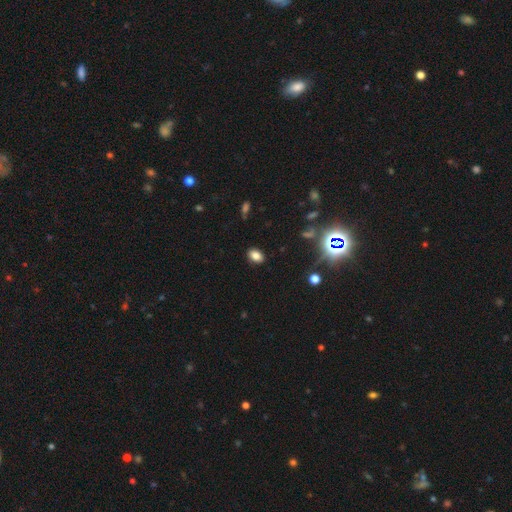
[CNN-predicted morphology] smooth-or-featured: smooth: 80% | star or artifact: 13% | featured or disk: 6%
  how-rounded: in between: 82% | round: 17% | cigar-shaped: 2%
  merging: none: 88% | minor disturbance: 9% | major disturbance: 2% | merger: 1%